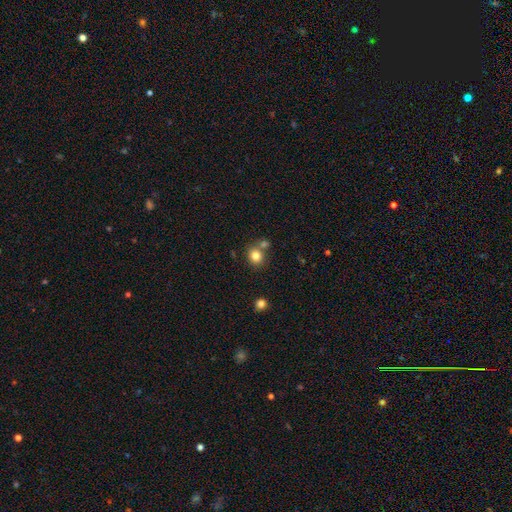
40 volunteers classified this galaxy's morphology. A smooth galaxy with no disk features (85%) that is round (79%).

Vote fractions:
- Smooth or featured? smooth: 85% / featured or disk: 8% / star or artifact: 8%
- How rounded? round: 79% / in between: 18% / cigar-shaped: 3%
- Merging? none: 68% / merger: 27% / minor disturbance: 5% / major disturbance: 0%